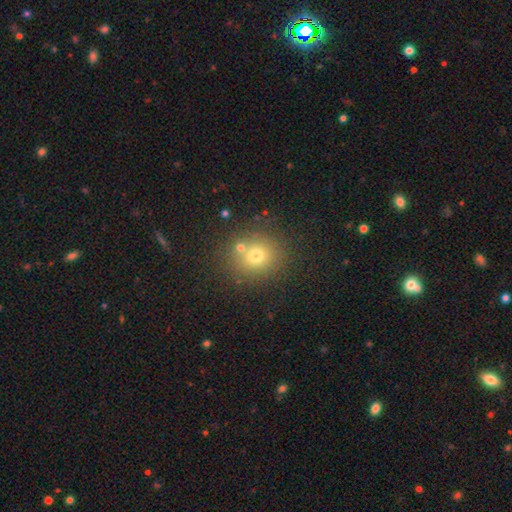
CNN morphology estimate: smooth-or-featured: smooth: 69% | star or artifact: 18% | featured or disk: 13%
  how-rounded: round: 85% | in between: 14% | cigar-shaped: 1%
  merging: none: 73% | merger: 15% | minor disturbance: 9% | major disturbance: 3%